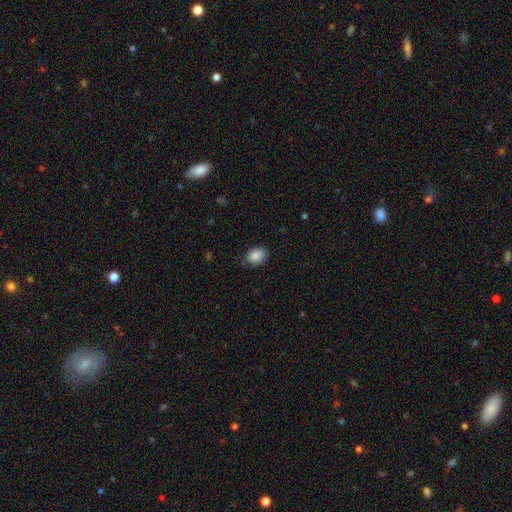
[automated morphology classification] This appears to be a smooth galaxy with no disk features (87%) that is in between round and cigar-shaped (77%). Merging: none (69%).